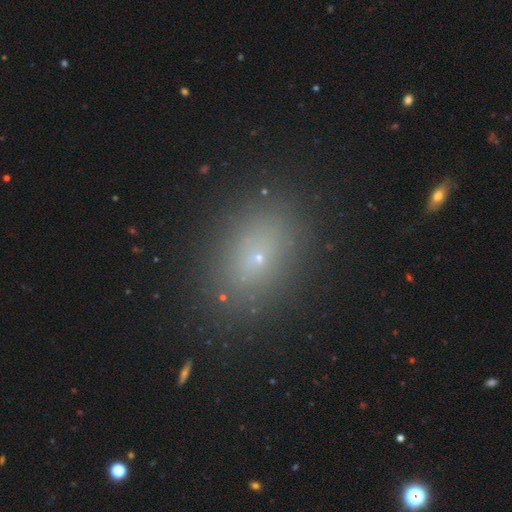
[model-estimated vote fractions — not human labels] A smooth galaxy with no disk features (64%) that is in between round and cigar-shaped (72%). Merging: none (87%).